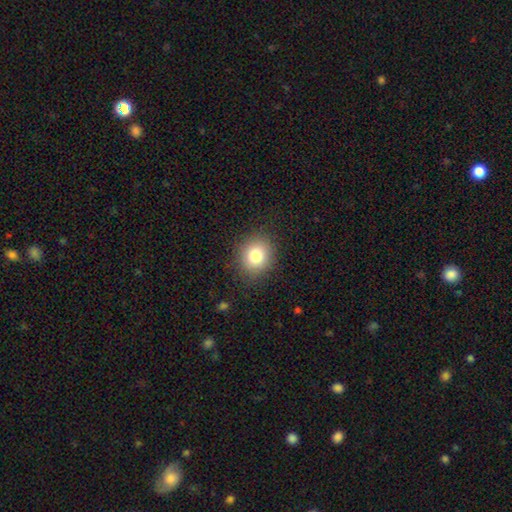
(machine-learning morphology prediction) Smooth or featured? Predicted: smooth (p=0.80). How rounded? Predicted: round (p=0.76). Merging? Predicted: none (p=0.88).